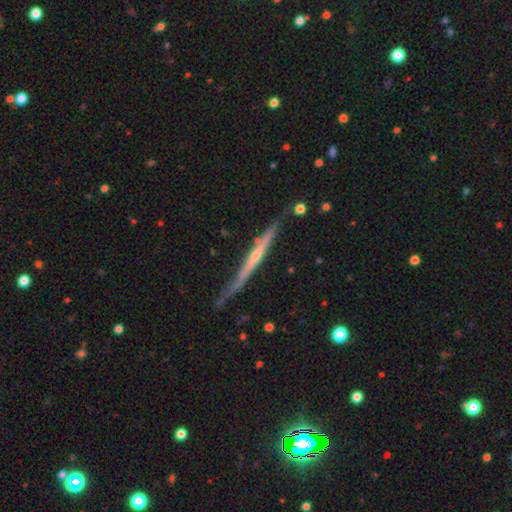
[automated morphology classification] Smooth or featured? Predicted: featured or disk (p=0.75). Edge-on disk? Predicted: yes (p=0.96). Edge-on bulge? Predicted: rounded (p=0.54). Merging? Predicted: none (p=0.73).